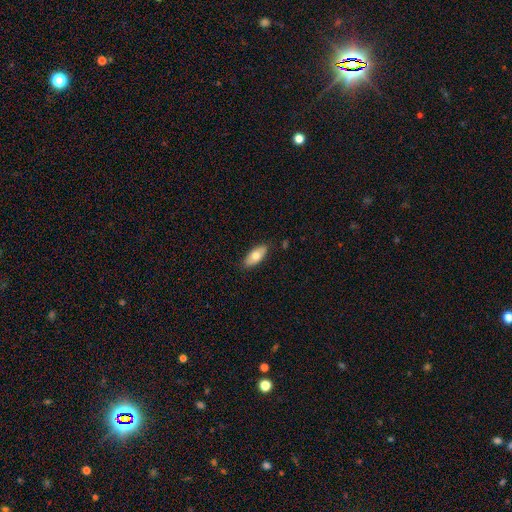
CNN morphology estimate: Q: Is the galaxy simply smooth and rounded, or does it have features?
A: smooth — 72%.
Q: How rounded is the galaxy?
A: in between — 86%.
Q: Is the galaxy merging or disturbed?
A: none — 85%.